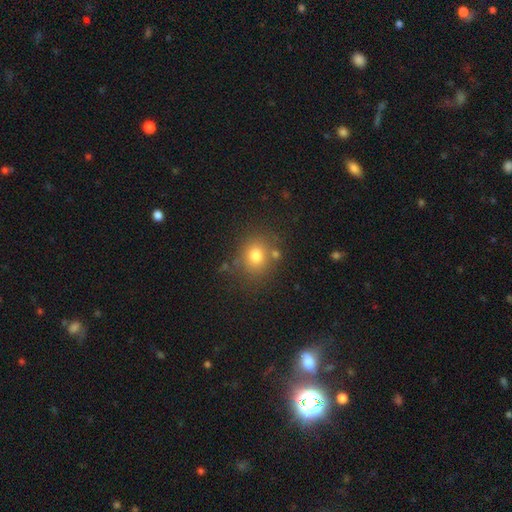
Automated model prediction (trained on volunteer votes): Smooth or featured: smooth — 76% (star or artifact — 15%)
How rounded: round — 72% (in between — 27%)
Merging: none — 75% (minor disturbance — 12%)